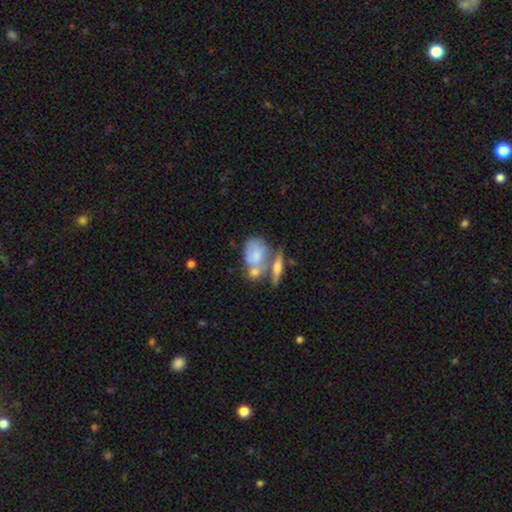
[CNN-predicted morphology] Overall: smooth (59%; featured or disk 34%). How rounded: in between (76%). Merging: merger (43%; none 28%).